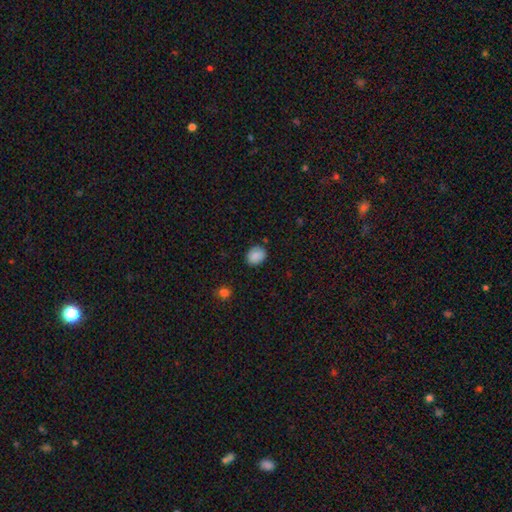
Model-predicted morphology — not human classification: Smooth or featured? Predicted: smooth (p=0.86). How rounded? Predicted: round (p=0.56). Merging? Predicted: none (p=0.82).